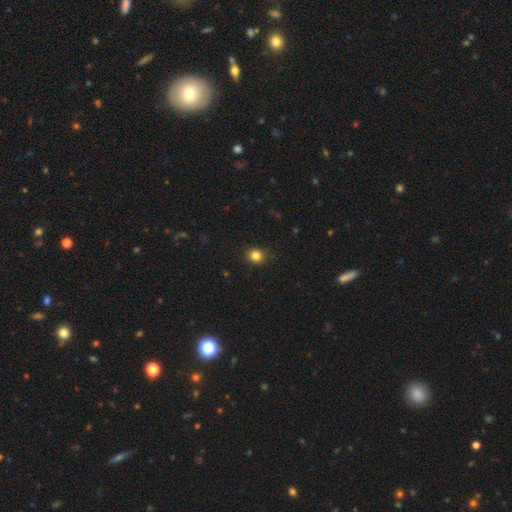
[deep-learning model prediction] Smooth or featured? Predicted: smooth (p=0.83). How rounded? Predicted: round (p=0.77). Merging? Predicted: none (p=0.90).